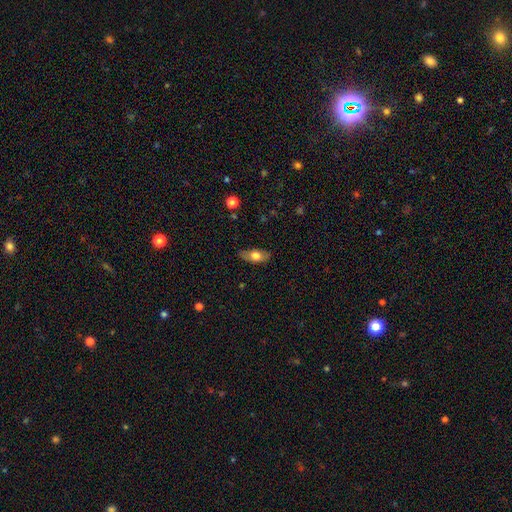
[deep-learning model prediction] A smooth galaxy with no disk features (69%) that is in between round and cigar-shaped (82%). Merging: none (77%).